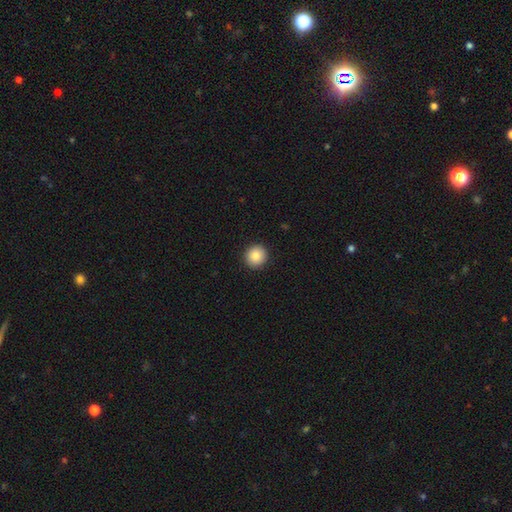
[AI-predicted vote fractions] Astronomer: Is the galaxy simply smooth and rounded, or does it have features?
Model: smooth — 86%.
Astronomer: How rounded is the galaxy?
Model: round — 91%.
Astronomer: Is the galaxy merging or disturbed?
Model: none — 93%.